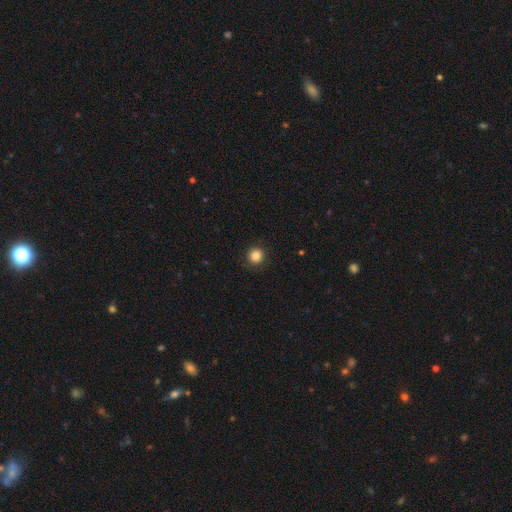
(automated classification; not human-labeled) A smooth galaxy with no disk features (84%) that is round (95%). Merging: none (90%).